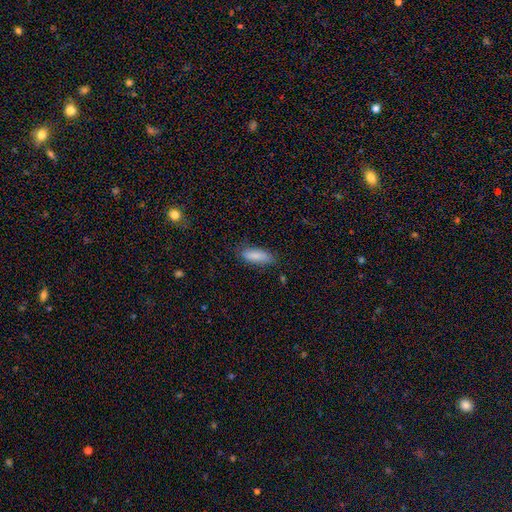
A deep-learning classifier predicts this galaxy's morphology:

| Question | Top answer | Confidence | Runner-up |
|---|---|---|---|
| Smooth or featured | smooth | 85% | featured or disk (8%) |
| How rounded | in between | 66% | cigar-shaped (32%) |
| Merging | none | 75% | minor disturbance (20%) |